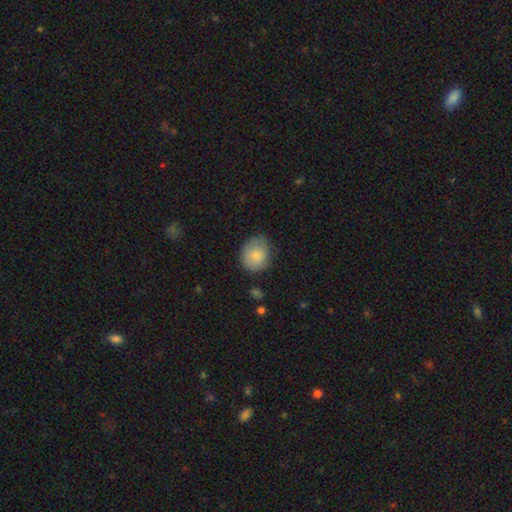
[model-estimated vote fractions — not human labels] smooth 80%, featured or disk 13%, star or artifact 7%. Down the decision tree: how rounded — round (67%); merging — none (63%).